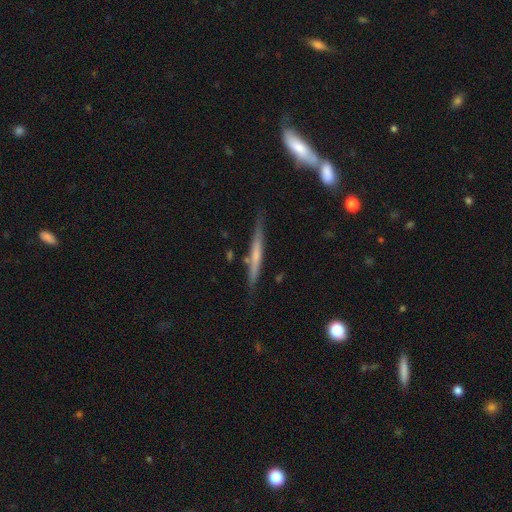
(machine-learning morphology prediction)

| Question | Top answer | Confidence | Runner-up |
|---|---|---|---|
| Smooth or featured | featured or disk | 52% | smooth (42%) |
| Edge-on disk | yes | 94% | no (6%) |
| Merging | none | 79% | minor disturbance (13%) |